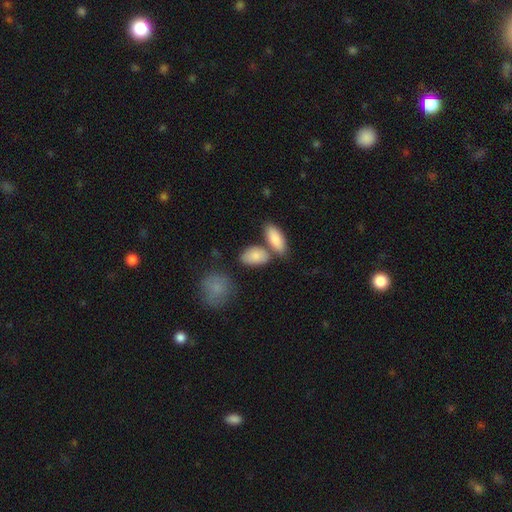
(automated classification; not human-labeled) Morphology: type=smooth (86%); roundness=in between (91%); merging=none (59%).